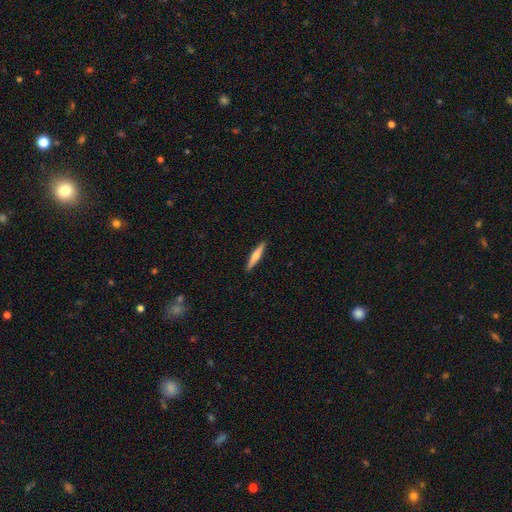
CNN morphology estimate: This is possibly a smooth galaxy (59%). How rounded: clearly cigar-shaped (91%). Merging: clearly none (91%).